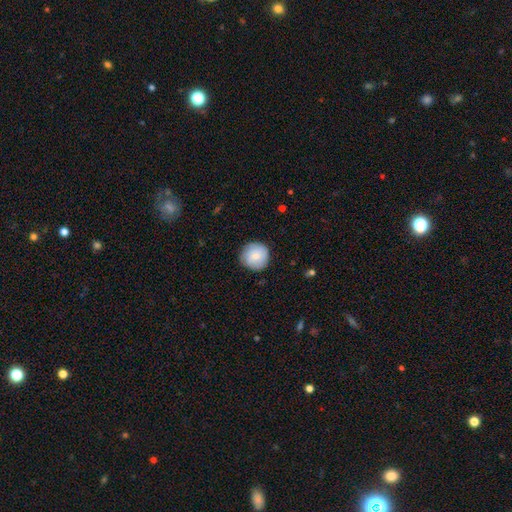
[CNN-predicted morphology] A smooth galaxy with no disk features (76%) that is round (94%).

Vote fractions:
- Smooth or featured? smooth: 76% / featured or disk: 18% / star or artifact: 6%
- How rounded? round: 94% / in between: 5% / cigar-shaped: 1%
- Merging? none: 83% / minor disturbance: 13% / major disturbance: 3% / merger: 1%